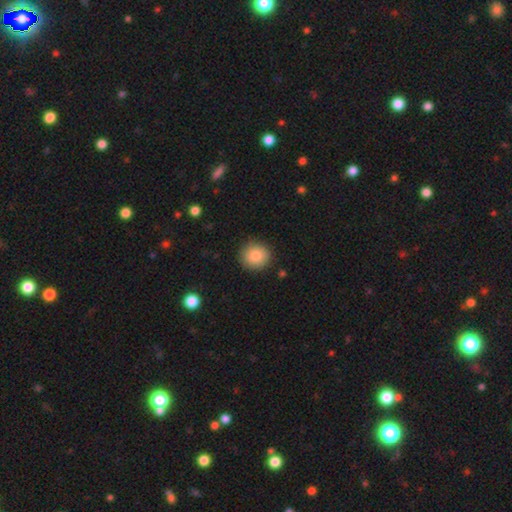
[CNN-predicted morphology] The model was most divided on "smooth or featured": smooth: 82%, star or artifact: 9%, featured or disk: 9%. More confident: how rounded — round (91%); merging — none (89%).